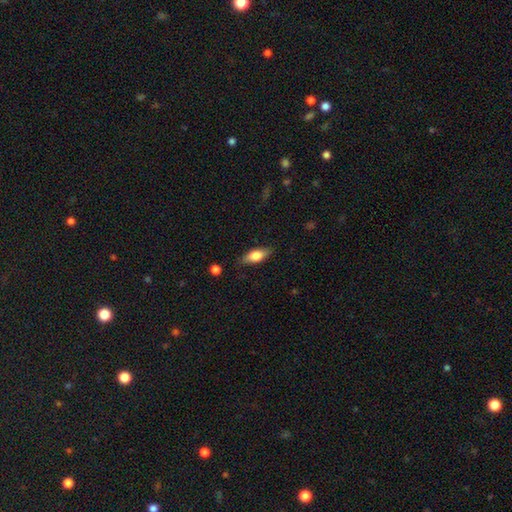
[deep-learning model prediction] smooth 66%, featured or disk 27%, star or artifact 7%. Down the decision tree: how rounded — in between (73%); merging — none (82%).